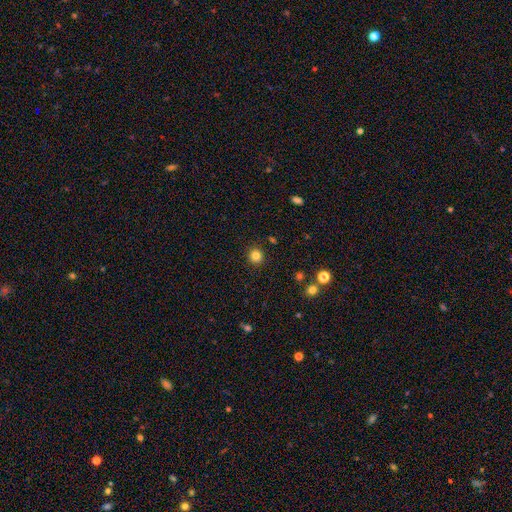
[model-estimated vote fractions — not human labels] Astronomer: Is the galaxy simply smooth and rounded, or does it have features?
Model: smooth — 82%.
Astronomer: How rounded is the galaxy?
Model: round — 92%.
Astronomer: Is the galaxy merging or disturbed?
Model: none — 91%.